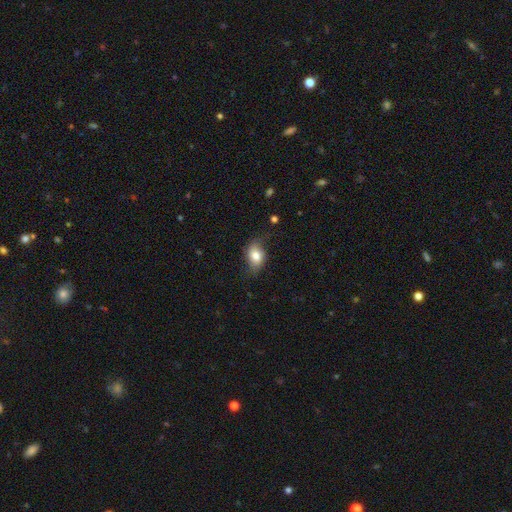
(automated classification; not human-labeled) Overall: smooth (74%). How rounded: in between (81%). Merging: none (58%; minor disturbance 29%).